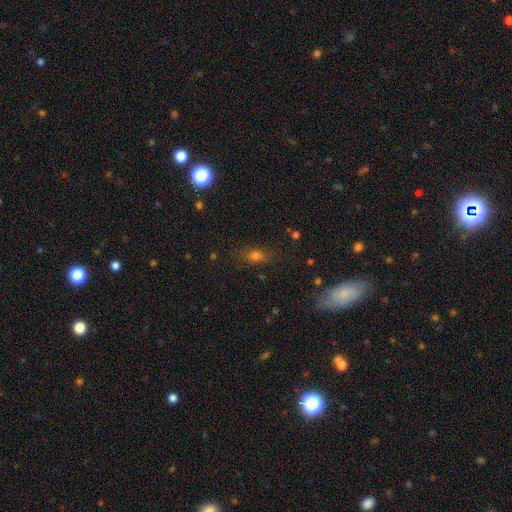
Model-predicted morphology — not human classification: Smooth or featured: smooth — 65% (star or artifact — 23%)
How rounded: in between — 64% (round — 28%)
Merging: none — 79% (minor disturbance — 14%)